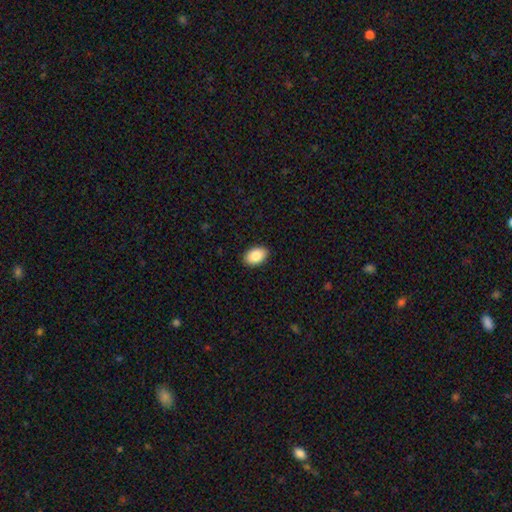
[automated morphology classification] Smooth or featured? smooth (88%)
How rounded? in between (90%)
Merging? none (90%)